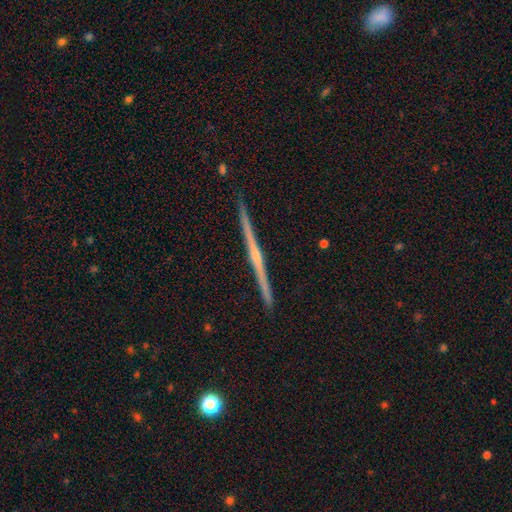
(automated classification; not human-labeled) smooth-or-featured: featured or disk: 80% | smooth: 15% | star or artifact: 5%
  disk-edge-on: yes: 99% | no: 1%
    edge-on-bulge: rounded: 58% | none: 34% | boxy: 8%
  merging: none: 92% | minor disturbance: 6% | major disturbance: 1% | merger: 1%